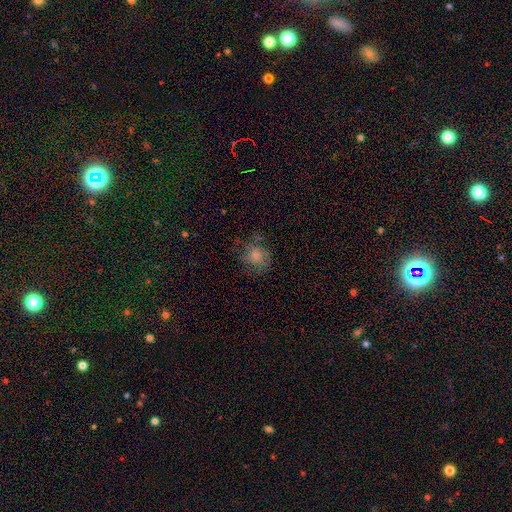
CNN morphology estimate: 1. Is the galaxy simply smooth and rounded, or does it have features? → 68% smooth, 22% featured or disk, 10% star or artifact.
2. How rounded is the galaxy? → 77% round, 22% in between, 1% cigar-shaped.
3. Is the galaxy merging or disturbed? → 57% none, 24% minor disturbance, 17% major disturbance, 2% merger.